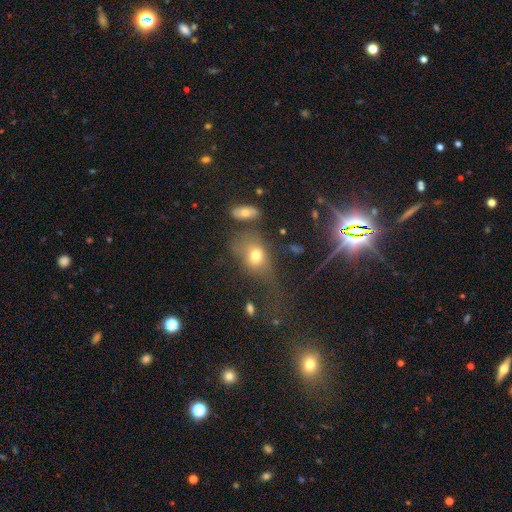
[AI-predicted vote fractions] smooth 69%, featured or disk 17%, star or artifact 13%. Down the decision tree: how rounded — in between (69%); merging — none (35%).